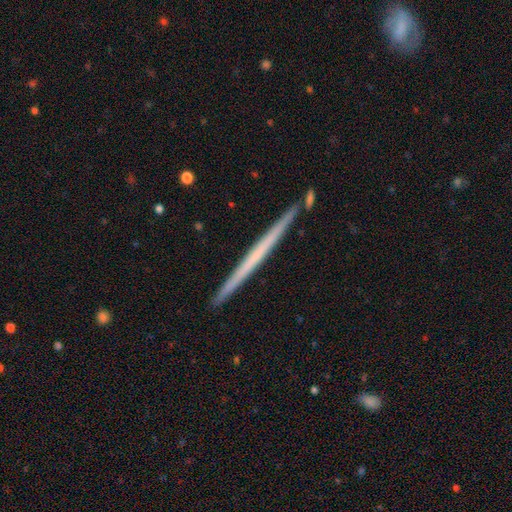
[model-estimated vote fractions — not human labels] Overall: featured or disk (57%; smooth 37%). Edge-on disk: yes (98%). Edge-on bulge: none (91%). Merging: none (91%).